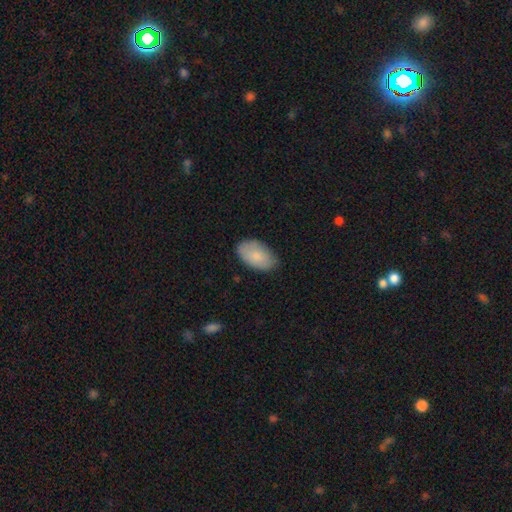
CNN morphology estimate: This appears to be a smooth galaxy with no disk features (83%) that is in between round and cigar-shaped (94%). Merging: none (78%).